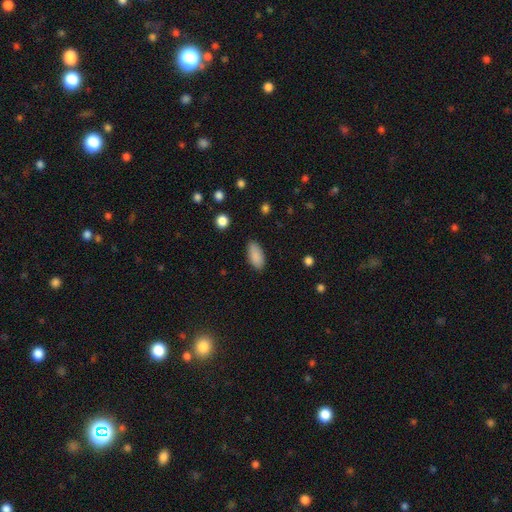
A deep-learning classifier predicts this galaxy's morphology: A smooth galaxy with no disk features (89%) that is in between round and cigar-shaped (90%).

Vote fractions:
- Smooth or featured? smooth: 89% / star or artifact: 7% / featured or disk: 4%
- How rounded? in between: 90% / cigar-shaped: 8% / round: 2%
- Merging? none: 86% / minor disturbance: 11% / major disturbance: 3% / merger: 1%